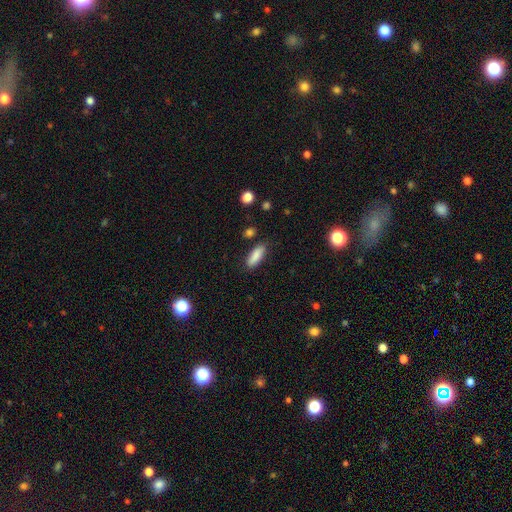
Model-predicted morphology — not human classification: Smooth or featured? Predicted: smooth (p=0.87). How rounded? Predicted: in between (p=0.63). Merging? Predicted: none (p=0.83).